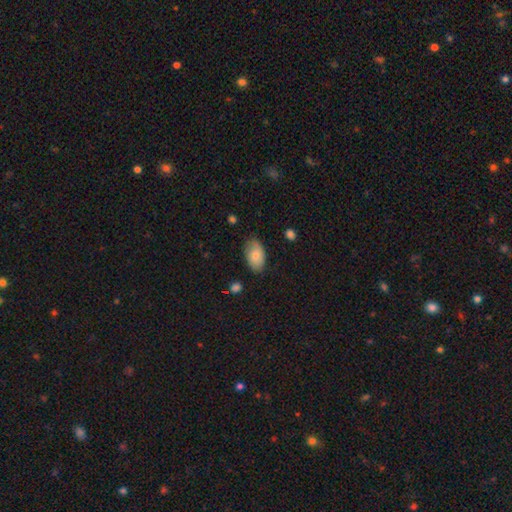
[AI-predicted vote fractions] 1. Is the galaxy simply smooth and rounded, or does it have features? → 77% smooth, 16% featured or disk, 7% star or artifact.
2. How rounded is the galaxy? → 93% in between, 5% round, 1% cigar-shaped.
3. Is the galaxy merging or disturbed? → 77% none, 18% minor disturbance, 4% major disturbance, 1% merger.